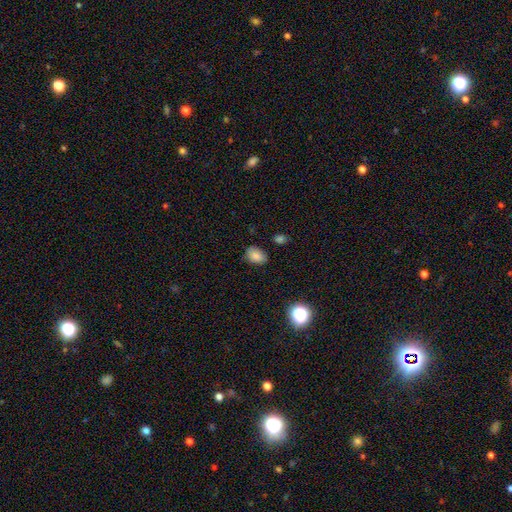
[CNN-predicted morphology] smooth_or_featured: smooth (p=0.84) [alt: star or artifact p=0.11]
how_rounded: in between (p=0.76) [alt: round p=0.23]
merging: none (p=0.76) [alt: minor disturbance p=0.18]